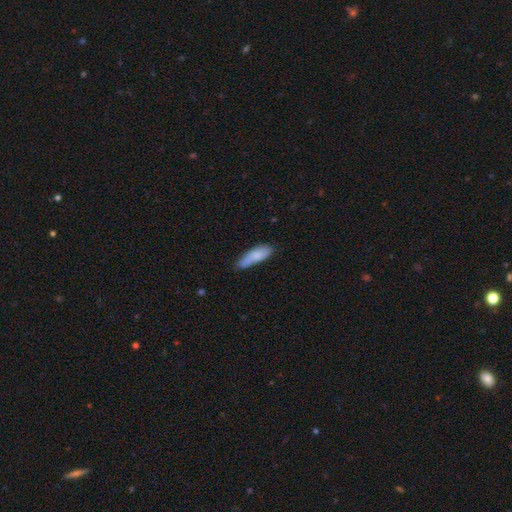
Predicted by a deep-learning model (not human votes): This is likely a smooth galaxy (77%). How rounded: possibly in between (49%, tied with cigar-shaped). Merging: likely none (64%).